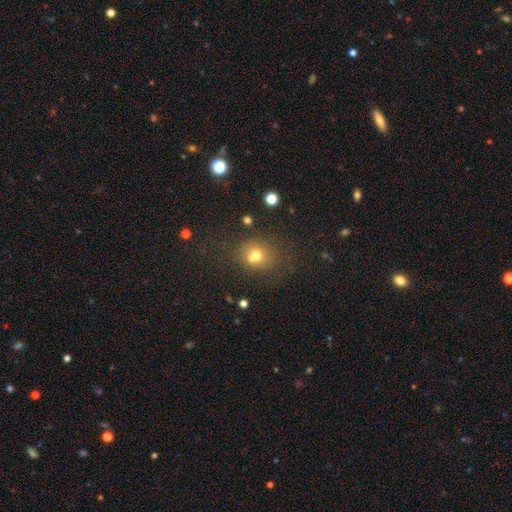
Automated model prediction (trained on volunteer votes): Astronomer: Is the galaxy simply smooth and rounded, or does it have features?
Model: smooth — 65%.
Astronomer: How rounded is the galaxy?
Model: round — 72%.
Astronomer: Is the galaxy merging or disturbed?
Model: none — 50% (runner-up: merger, 34%).